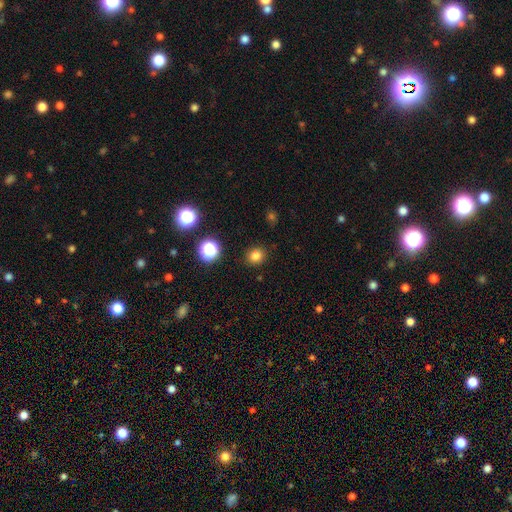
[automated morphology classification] The model was most divided on "smooth or featured": smooth: 80%, star or artifact: 16%, featured or disk: 4%. More confident: merging — none (89%); how rounded — round (83%).